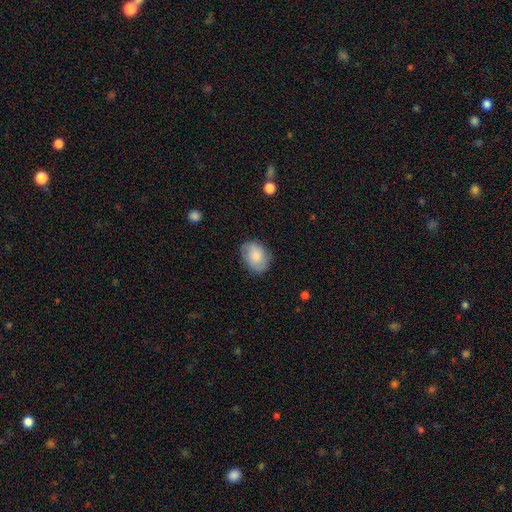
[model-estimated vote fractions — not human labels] smooth_or_featured: smooth (p=0.76) [alt: featured or disk p=0.17]
how_rounded: in between (p=0.68) [alt: round p=0.31]
merging: none (p=0.76) [alt: minor disturbance p=0.19]